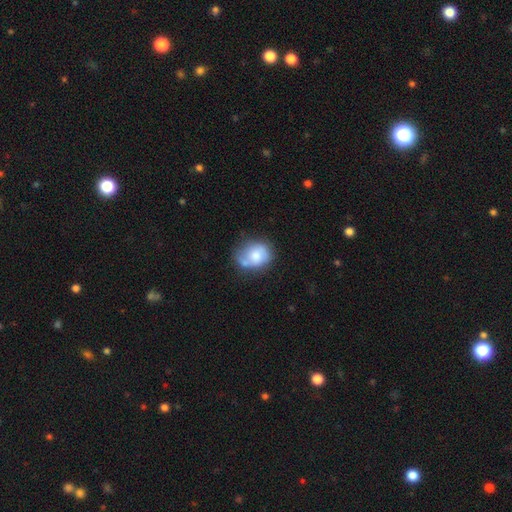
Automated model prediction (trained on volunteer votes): A smooth galaxy with no disk features (66%) that is round (54%). Merging: none (44%).